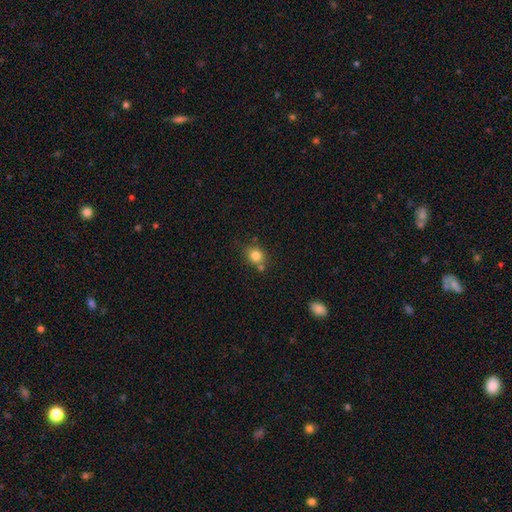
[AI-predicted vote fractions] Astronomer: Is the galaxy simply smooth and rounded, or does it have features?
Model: smooth — 81%.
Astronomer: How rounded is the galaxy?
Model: round — 75%.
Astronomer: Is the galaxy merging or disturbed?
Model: none — 67%.